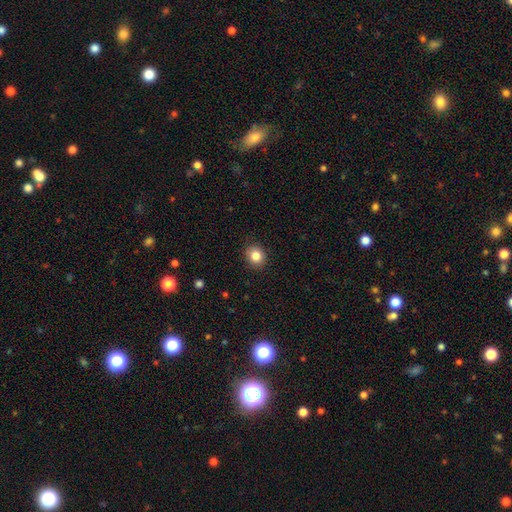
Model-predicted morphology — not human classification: A smooth galaxy with no disk features (84%) that is round (74%). Merging: none (90%).